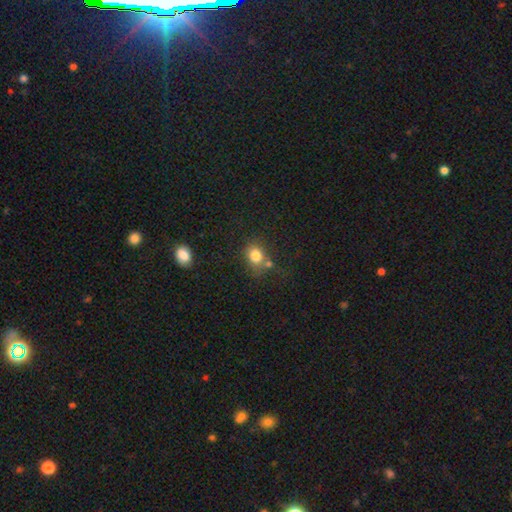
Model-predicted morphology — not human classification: A smooth galaxy with no disk features (81%) that is round (58%). Merging: none (57%).